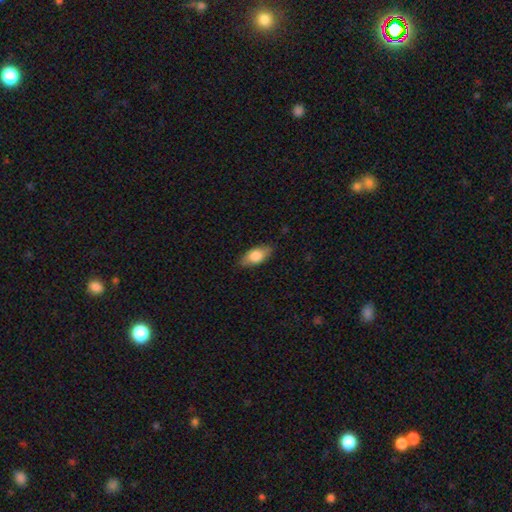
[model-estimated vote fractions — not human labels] A smooth galaxy with no disk features (78%) that is in between round and cigar-shaped (88%). Merging: none (83%).